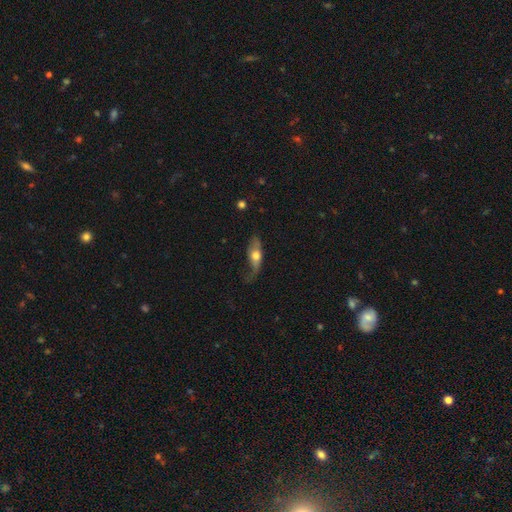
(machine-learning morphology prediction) Q: Smooth or featured?
A: smooth (51%); runner-up: featured or disk (42%)
Q: How rounded?
A: in between (63%); runner-up: cigar-shaped (31%)
Q: Merging?
A: none (42%); runner-up: minor disturbance (32%)